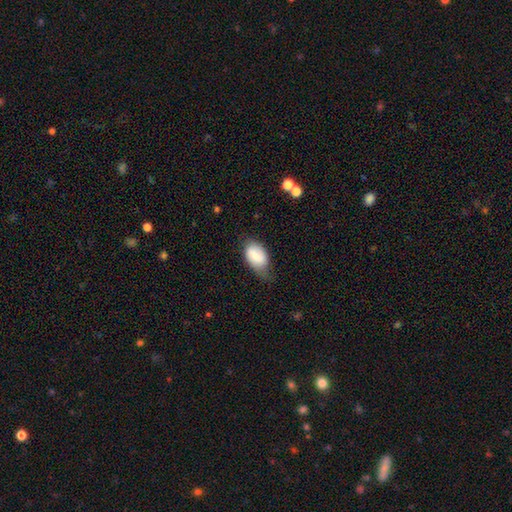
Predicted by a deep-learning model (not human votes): smooth-or-featured: smooth: 76% | featured or disk: 17% | star or artifact: 7%
  how-rounded: in between: 90% | round: 8% | cigar-shaped: 2%
  merging: minor disturbance: 43% | none: 38% | major disturbance: 17% | merger: 2%